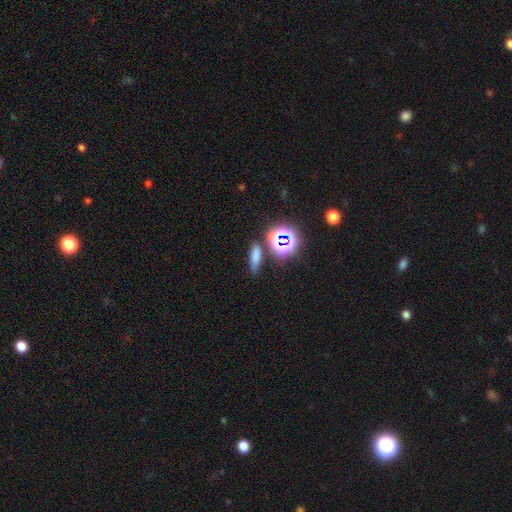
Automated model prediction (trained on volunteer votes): Smooth or featured: smooth — 63% (star or artifact — 26%)
How rounded: cigar-shaped — 45% (in between — 43%)
Merging: none — 74% (minor disturbance — 13%)